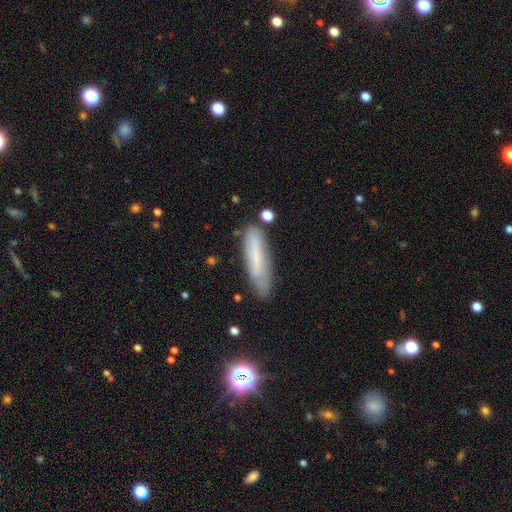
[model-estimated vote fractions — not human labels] This is likely a smooth galaxy (64%). How rounded: likely cigar-shaped (80%). Merging: likely none (75%).